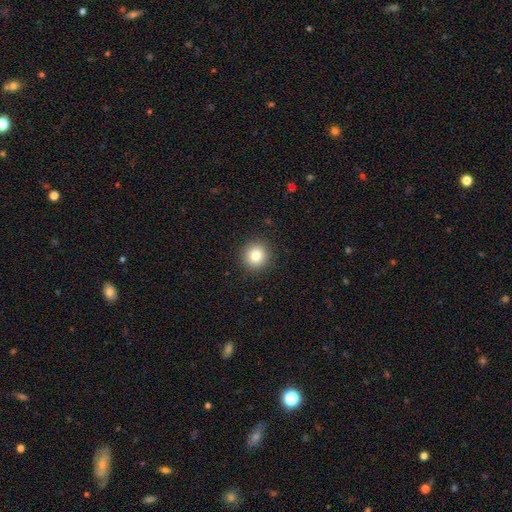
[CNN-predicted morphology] Smooth or featured? Predicted: smooth (p=0.82). How rounded? Predicted: round (p=0.91). Merging? Predicted: none (p=0.92).